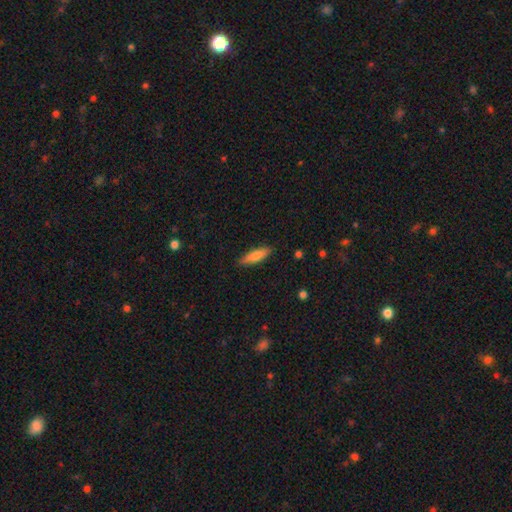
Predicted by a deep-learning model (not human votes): Smooth or featured? Predicted: smooth (p=0.76). How rounded? Predicted: cigar-shaped (p=0.69). Merging? Predicted: none (p=0.88).